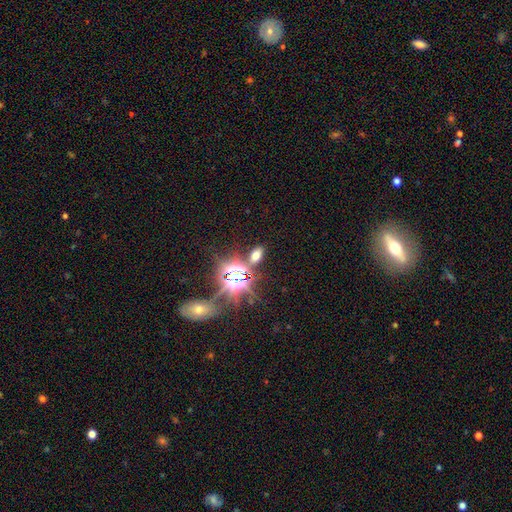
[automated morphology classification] Overall: smooth (51%; star or artifact 39%). How rounded: in between (86%). Merging: none (82%).